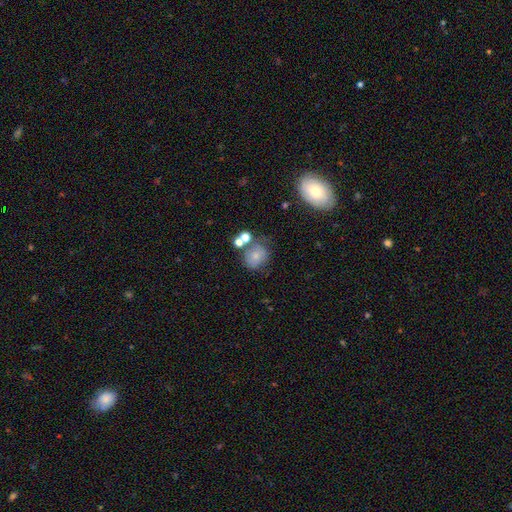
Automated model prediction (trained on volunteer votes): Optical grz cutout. It shows a smooth galaxy with no disk features (72%) that is round (70%). Merging: none (52%).